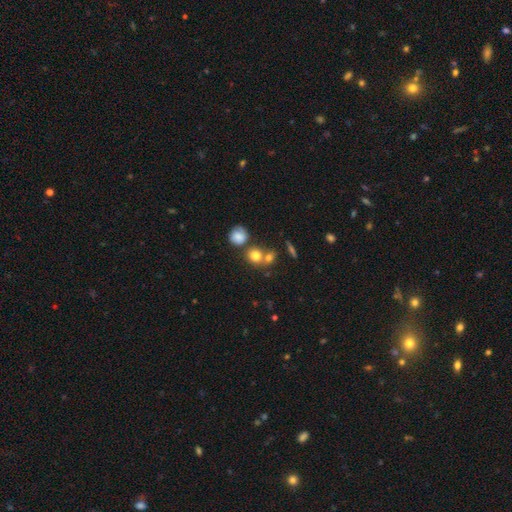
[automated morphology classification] smooth_or_featured: smooth (p=0.76) [alt: star or artifact p=0.13]
how_rounded: round (p=0.80) [alt: in between p=0.19]
merging: none (p=0.50) [alt: merger p=0.35]